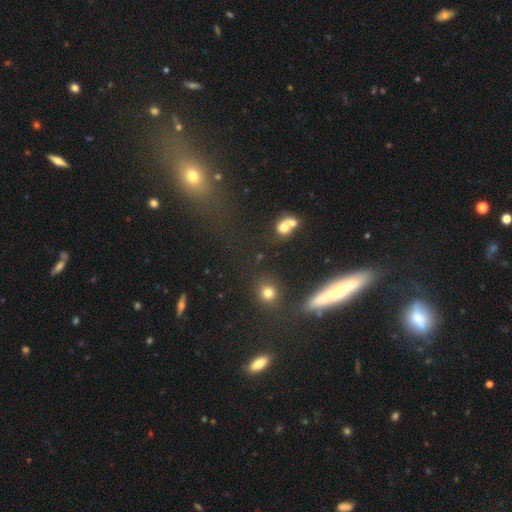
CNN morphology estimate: Smooth or featured? Predicted: smooth (p=0.39). Merging? Predicted: none (p=0.70).